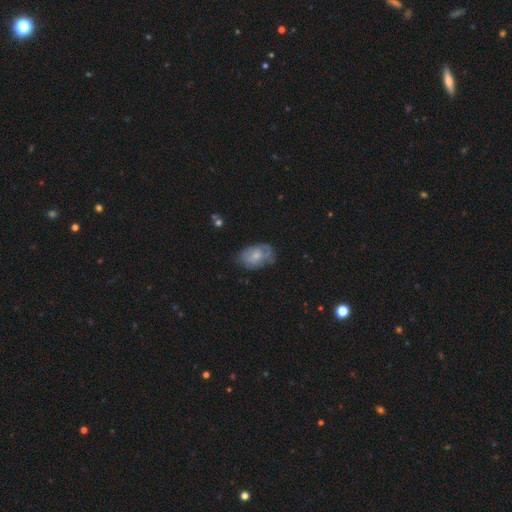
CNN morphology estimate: Q: Smooth or featured?
A: smooth (49%); runner-up: featured or disk (43%)
Q: Merging?
A: none (54%); runner-up: minor disturbance (31%)